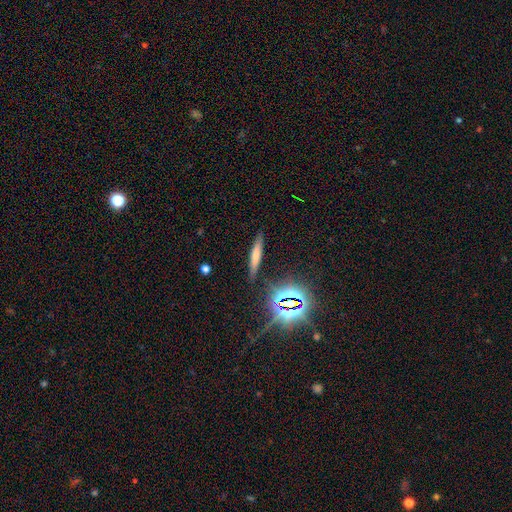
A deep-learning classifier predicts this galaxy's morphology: smooth_or_featured: smooth (p=0.62) [alt: featured or disk p=0.22]
how_rounded: cigar-shaped (p=0.88) [alt: in between p=0.10]
merging: none (p=0.85) [alt: minor disturbance p=0.10]